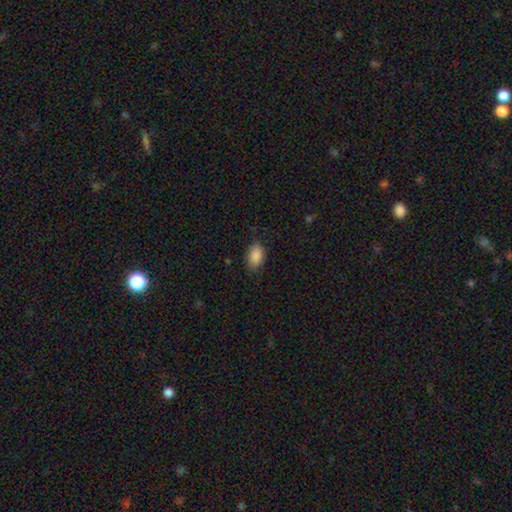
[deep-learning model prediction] Smooth or featured: smooth — 89% (star or artifact — 7%)
How rounded: in between — 92% (round — 7%)
Merging: none — 79% (minor disturbance — 16%)